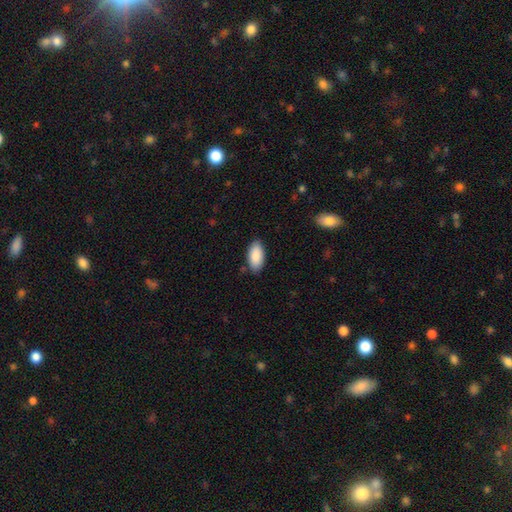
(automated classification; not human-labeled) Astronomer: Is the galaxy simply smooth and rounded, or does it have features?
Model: smooth — 89%.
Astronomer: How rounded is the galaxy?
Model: in between — 93%.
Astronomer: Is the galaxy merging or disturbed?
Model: none — 85%.